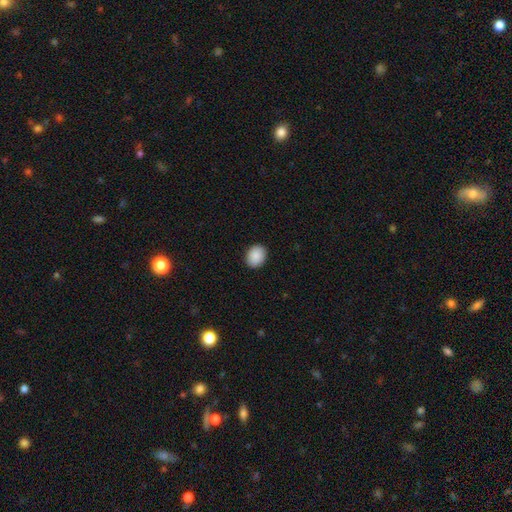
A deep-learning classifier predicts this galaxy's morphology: Q: Smooth or featured?
A: smooth (89%); runner-up: star or artifact (7%)
Q: How rounded?
A: in between (53%); runner-up: round (46%)
Q: Merging?
A: none (90%); runner-up: minor disturbance (8%)